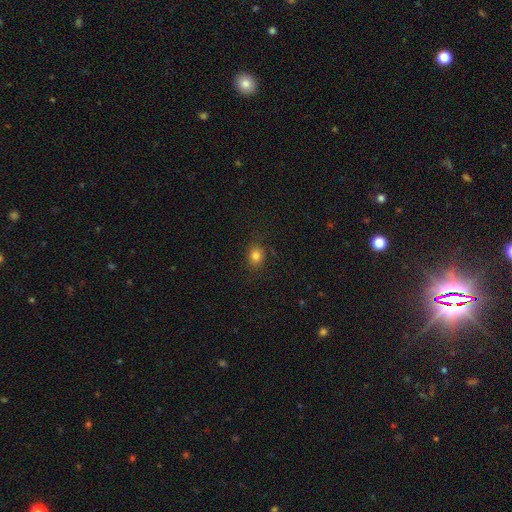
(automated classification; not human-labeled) Morphology: type=smooth (81%); roundness=round (67%); merging=none (82%).